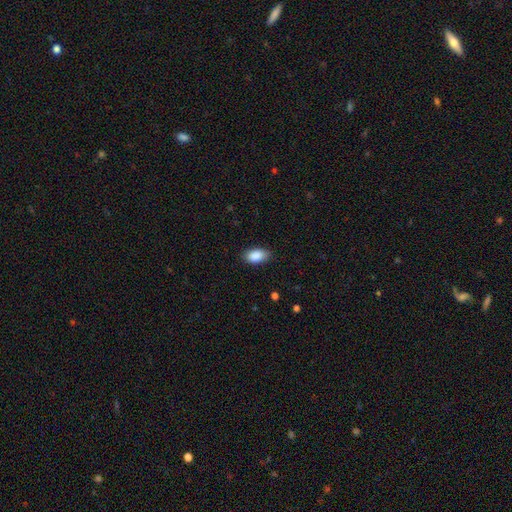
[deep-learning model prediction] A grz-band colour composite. It shows a smooth galaxy with no disk features (90%) that is in between round and cigar-shaped (93%). Merging: none (85%).